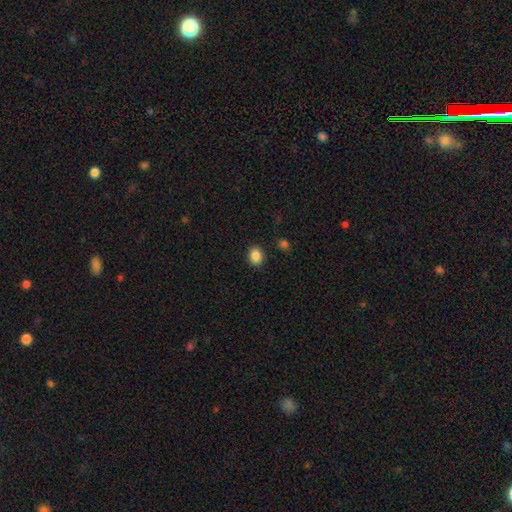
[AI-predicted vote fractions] smooth 87%, star or artifact 9%, featured or disk 4%. Down the decision tree: how rounded — in between (55%); merging — none (87%).